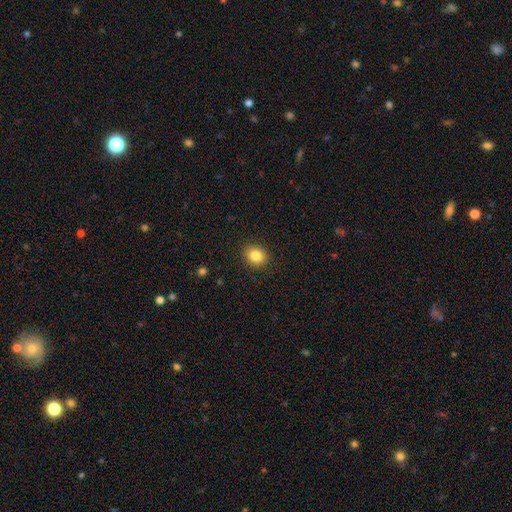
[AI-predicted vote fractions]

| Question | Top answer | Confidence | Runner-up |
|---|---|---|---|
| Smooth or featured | smooth | 85% | star or artifact (10%) |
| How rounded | round | 62% | in between (37%) |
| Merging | none | 90% | minor disturbance (7%) |